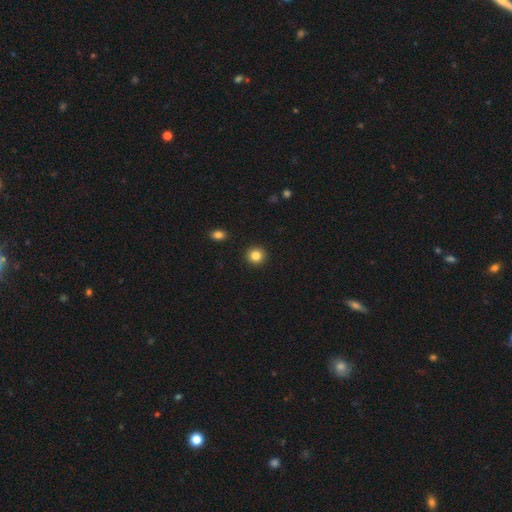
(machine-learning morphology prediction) Q: Smooth or featured?
A: smooth (84%); runner-up: star or artifact (10%)
Q: How rounded?
A: round (93%); runner-up: in between (6%)
Q: Merging?
A: none (93%); runner-up: minor disturbance (4%)